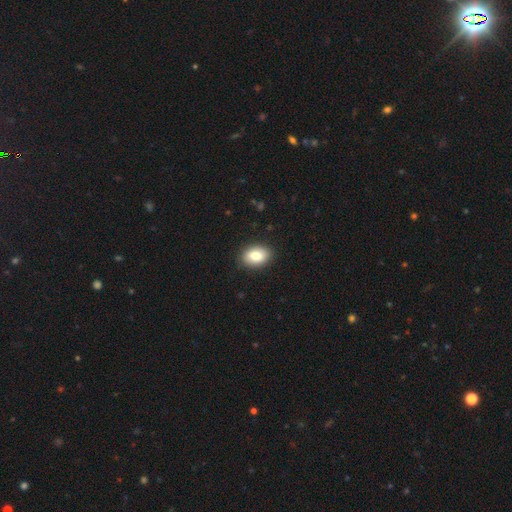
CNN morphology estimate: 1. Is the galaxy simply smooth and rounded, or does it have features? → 83% smooth, 10% featured or disk, 8% star or artifact.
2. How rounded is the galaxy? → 81% in between, 18% round, 1% cigar-shaped.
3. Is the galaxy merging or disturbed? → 89% none, 8% minor disturbance, 2% major disturbance, 1% merger.